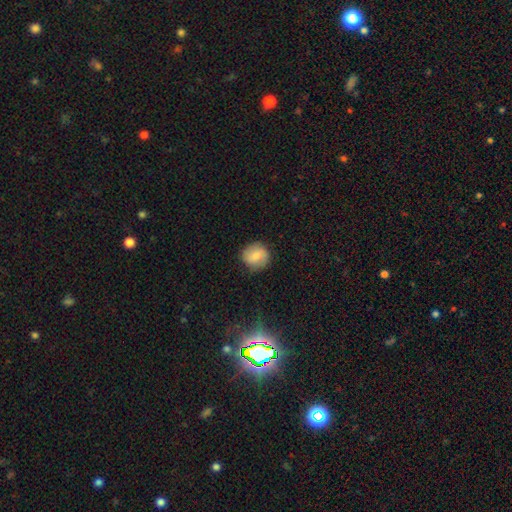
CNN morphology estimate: A smooth galaxy with no disk features (76%) that is round (87%).

Vote fractions:
- Smooth or featured? smooth: 76% / featured or disk: 16% / star or artifact: 8%
- How rounded? round: 87% / in between: 12% / cigar-shaped: 1%
- Merging? none: 85% / minor disturbance: 11% / major disturbance: 3% / merger: 1%